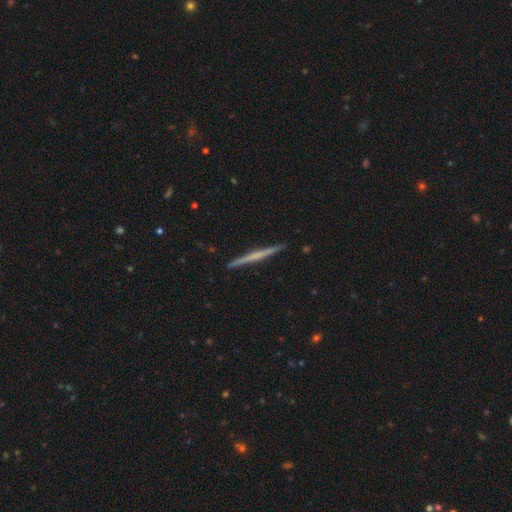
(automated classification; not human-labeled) The model was most divided on "smooth or featured": featured or disk: 63%, smooth: 31%, star or artifact: 5%. More confident: edge-on disk — yes (98%); merging — none (92%); edge-on bulge — none (67%).